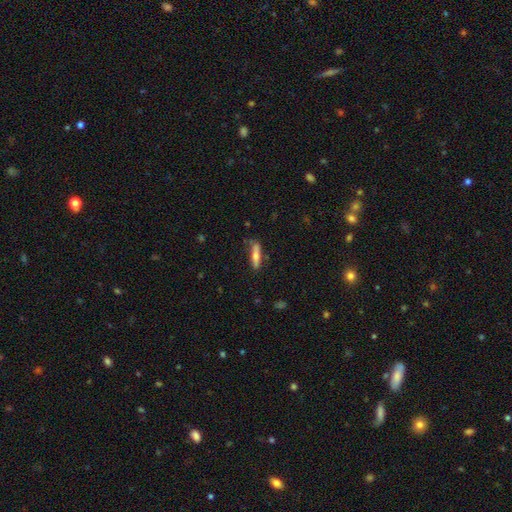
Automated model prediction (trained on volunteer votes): Smooth or featured? smooth (59%)
How rounded? cigar-shaped (78%)
Merging? none (72%)